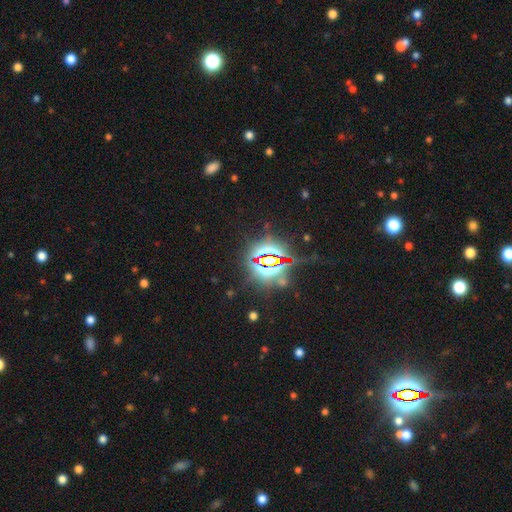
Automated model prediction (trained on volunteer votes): smooth_or_featured: star or artifact (p=0.83) [alt: smooth p=0.09]